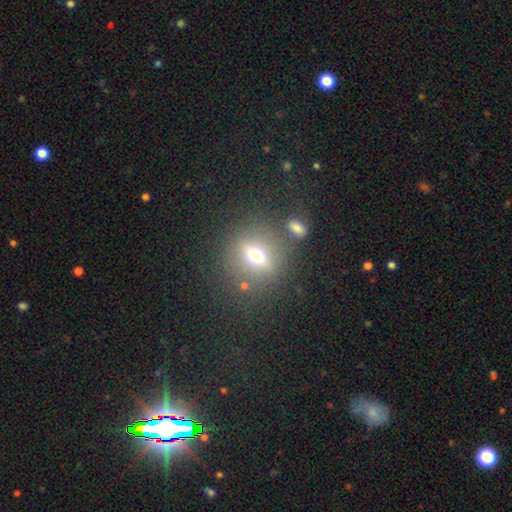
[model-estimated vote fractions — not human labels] Smooth or featured: smooth — 59% (featured or disk — 22%)
How rounded: round — 67% (in between — 29%)
Merging: none — 72% (minor disturbance — 11%)